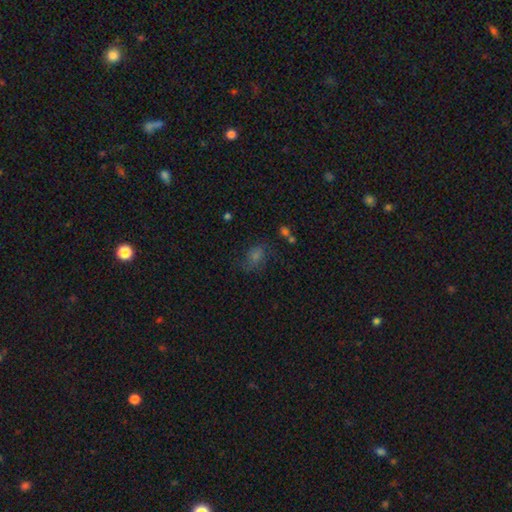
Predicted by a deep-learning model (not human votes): Morphology: type=smooth (41%); merging=none (63%).